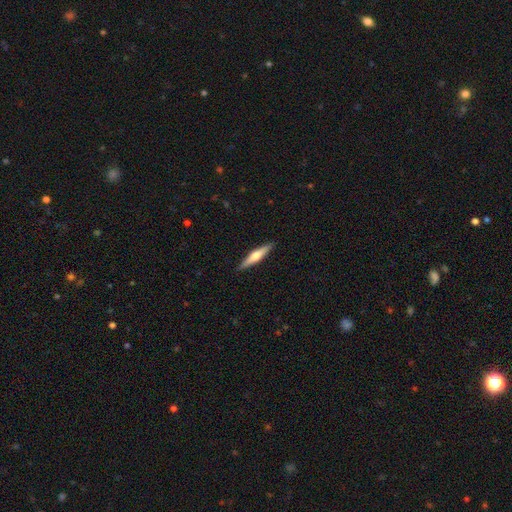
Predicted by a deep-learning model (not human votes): Morphology: type=featured or disk (53%); edge-on=yes (96%); edge-on bulge=rounded (89%); merging=none (90%).